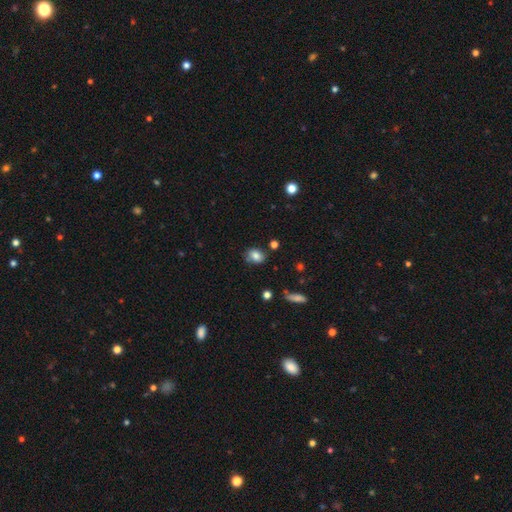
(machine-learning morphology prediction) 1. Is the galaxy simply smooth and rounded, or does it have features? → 80% smooth, 11% star or artifact, 9% featured or disk.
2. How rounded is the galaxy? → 59% in between, 40% round, 1% cigar-shaped.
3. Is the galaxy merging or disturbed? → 74% none, 18% minor disturbance, 4% merger, 4% major disturbance.